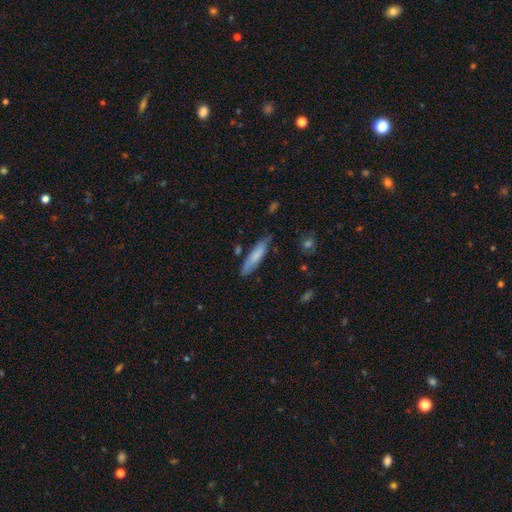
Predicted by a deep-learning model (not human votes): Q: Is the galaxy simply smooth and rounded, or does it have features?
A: smooth — 74%.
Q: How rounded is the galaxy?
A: cigar-shaped — 79%.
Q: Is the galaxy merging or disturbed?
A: none — 77%.